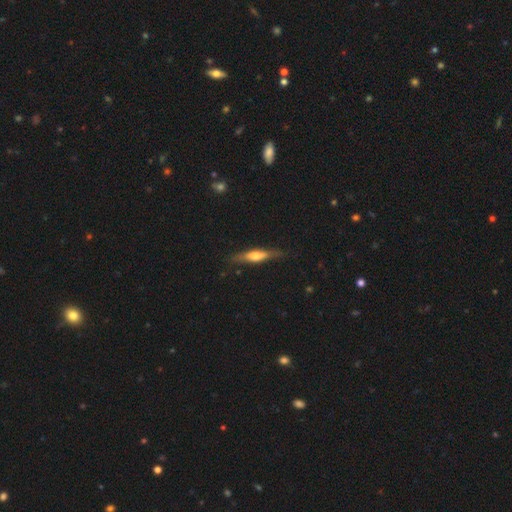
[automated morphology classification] featured or disk 51%, smooth 43%, star or artifact 6%. Down the decision tree: edge-on disk — yes (90%); merging — none (81%).